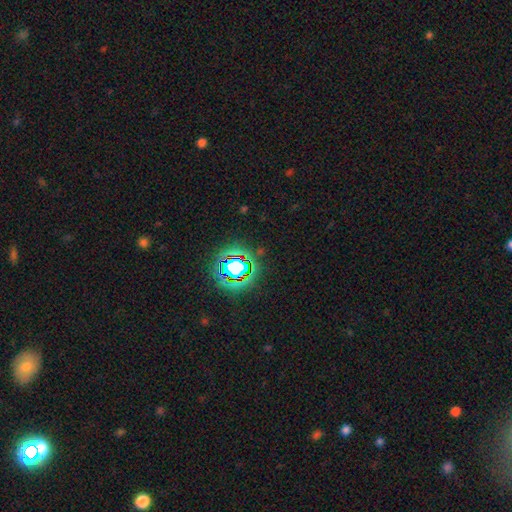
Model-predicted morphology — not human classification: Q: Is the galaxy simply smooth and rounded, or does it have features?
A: star or artifact — 80%.